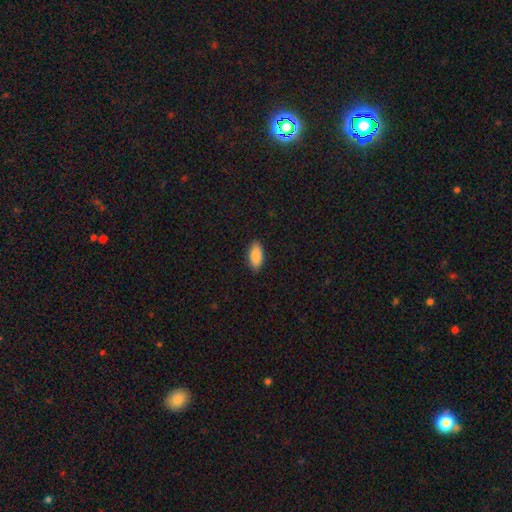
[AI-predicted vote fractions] Q: Smooth or featured?
A: smooth (90%); runner-up: star or artifact (6%)
Q: How rounded?
A: in between (89%); runner-up: cigar-shaped (9%)
Q: Merging?
A: none (89%); runner-up: minor disturbance (8%)